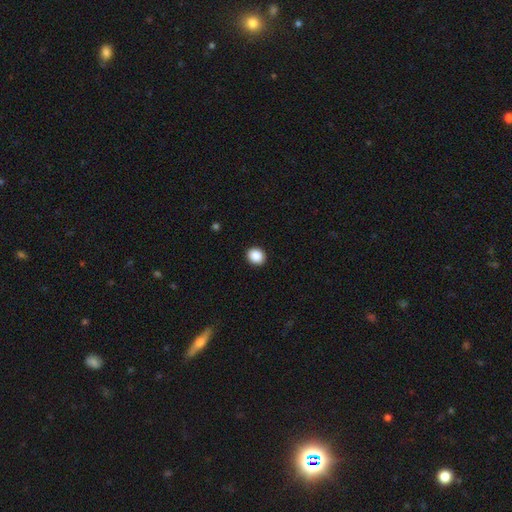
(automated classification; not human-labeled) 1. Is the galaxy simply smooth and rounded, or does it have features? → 87% smooth, 9% star or artifact, 4% featured or disk.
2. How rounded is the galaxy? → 76% round, 23% in between, 1% cigar-shaped.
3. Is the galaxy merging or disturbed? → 93% none, 5% minor disturbance, 2% major disturbance, 1% merger.